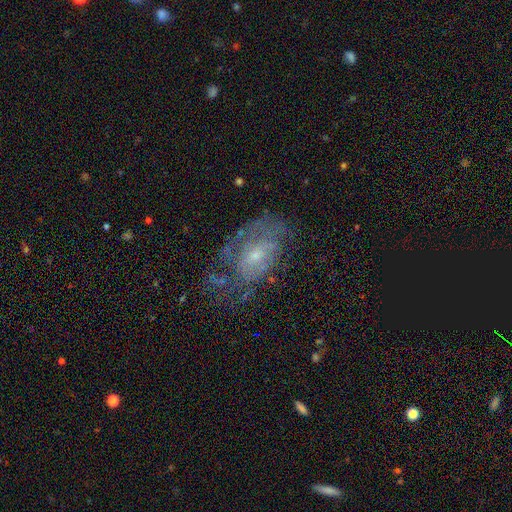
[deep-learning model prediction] Morphology: type=featured or disk (69%); edge-on=no (96%); bar=no (66%); spiral arms=yes (66%); bulge=small (59%); merging=none (48%).